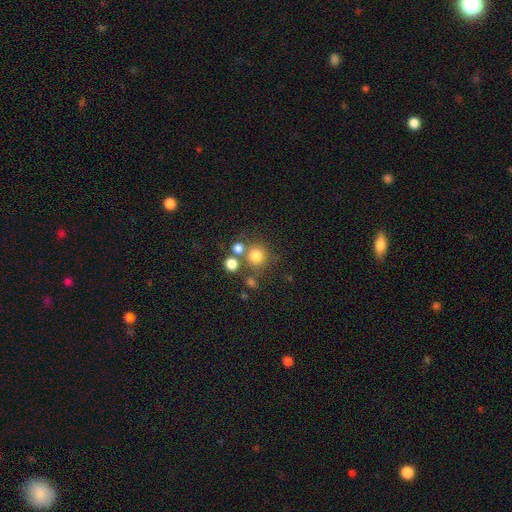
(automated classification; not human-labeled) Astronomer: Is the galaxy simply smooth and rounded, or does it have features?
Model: smooth — 76%.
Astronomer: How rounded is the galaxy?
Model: round — 92%.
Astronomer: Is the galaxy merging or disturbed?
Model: none — 67%.